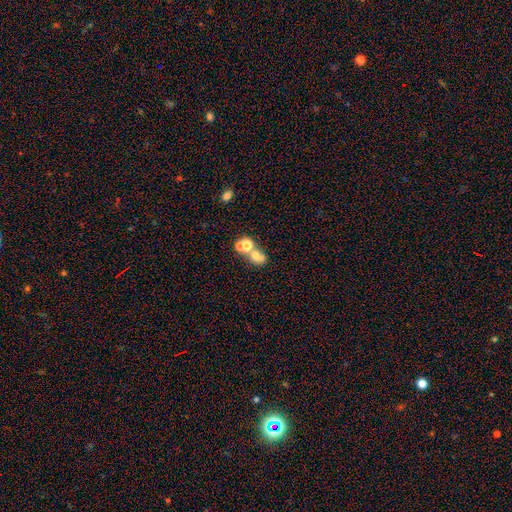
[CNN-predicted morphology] This appears to be a smooth galaxy with no disk features (58%) that is round (67%). Merging: merger (54%).